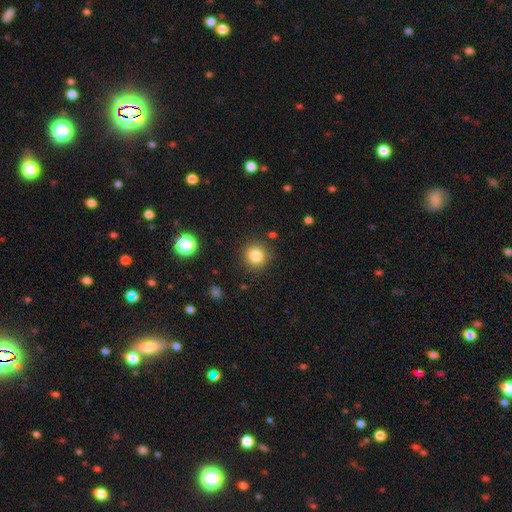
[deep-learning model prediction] Morphology: type=smooth (83%); roundness=round (92%); merging=none (88%).